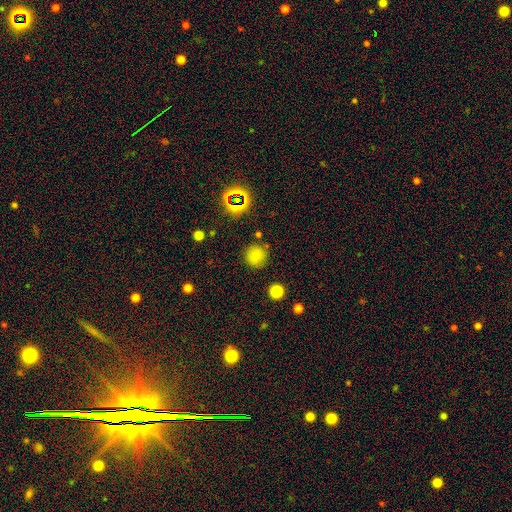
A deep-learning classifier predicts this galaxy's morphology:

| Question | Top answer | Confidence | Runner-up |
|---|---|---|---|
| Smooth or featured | smooth | 75% | star or artifact (18%) |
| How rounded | round | 94% | in between (5%) |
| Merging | none | 86% | minor disturbance (8%) |